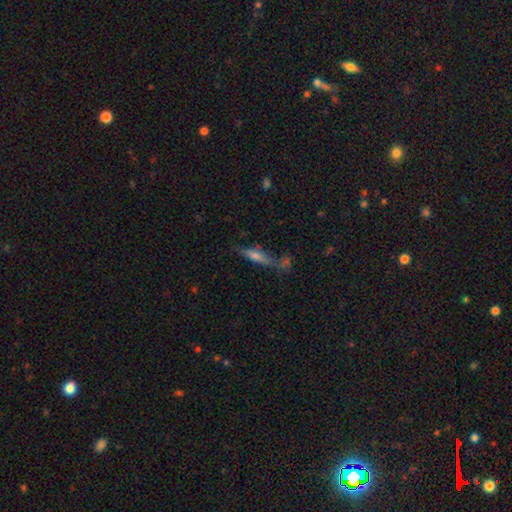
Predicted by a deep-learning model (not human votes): This appears to be a featured or disk galaxy (47%). Merging: none (54%).